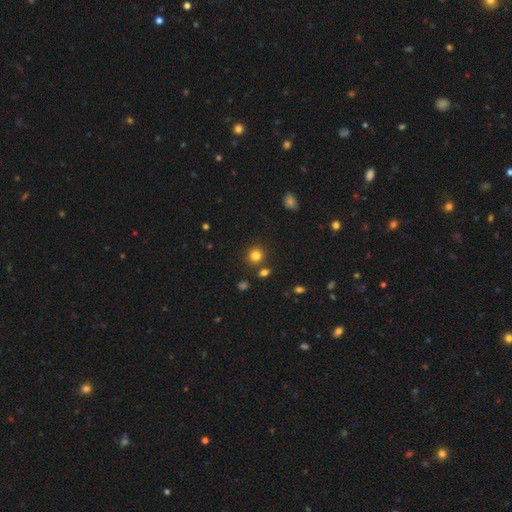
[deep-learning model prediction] A smooth galaxy with no disk features (81%) that is round (88%).

Vote fractions:
- Smooth or featured? smooth: 81% / star or artifact: 13% / featured or disk: 5%
- How rounded? round: 88% / in between: 11% / cigar-shaped: 1%
- Merging? none: 82% / minor disturbance: 8% / merger: 7% / major disturbance: 3%